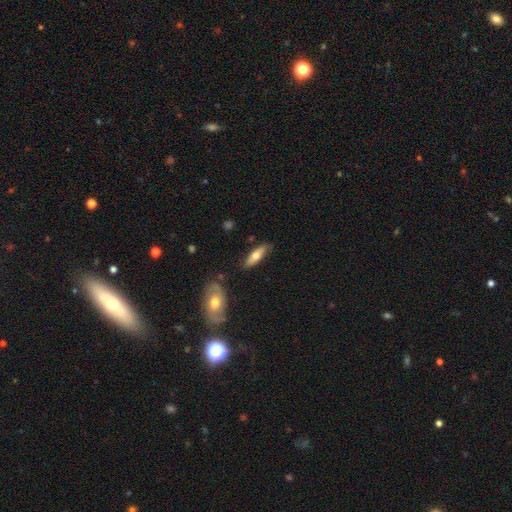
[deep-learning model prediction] This appears to be a smooth galaxy with no disk features (62%) that is cigar-shaped (50%). Merging: none (78%).